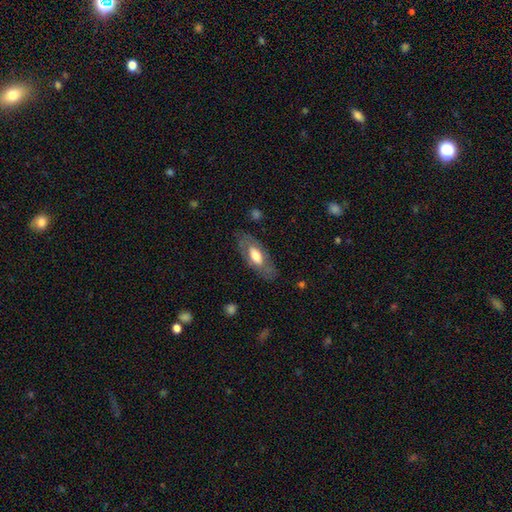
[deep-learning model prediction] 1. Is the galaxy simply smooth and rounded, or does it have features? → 51% smooth, 43% featured or disk, 6% star or artifact.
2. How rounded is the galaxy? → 84% in between, 13% cigar-shaped, 3% round.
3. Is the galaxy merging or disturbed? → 78% none, 14% minor disturbance, 6% major disturbance, 1% merger.